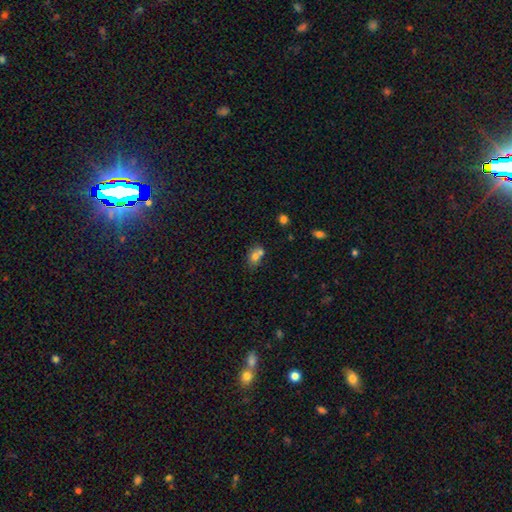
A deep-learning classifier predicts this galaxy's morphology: A smooth galaxy with no disk features (72%) that is in between round and cigar-shaped (62%). Merging: merger (50%).